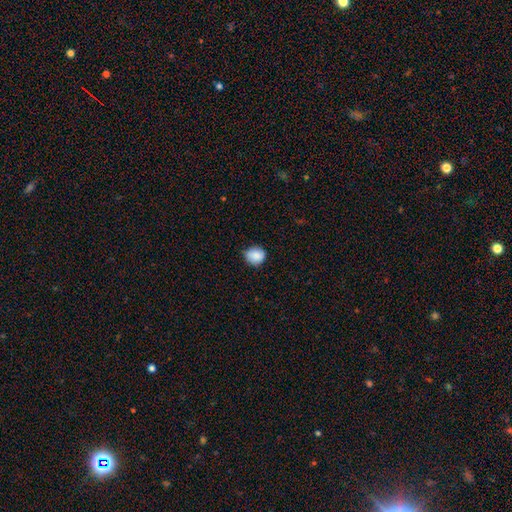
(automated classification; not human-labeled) Smooth or featured?
  - smooth: 87% *
  - star or artifact: 8%
  - featured or disk: 5%
How rounded?
  - round: 81% *
  - in between: 18%
  - cigar-shaped: 1%
Merging?
  - none: 79% *
  - minor disturbance: 17%
  - major disturbance: 3%
  - merger: 1%